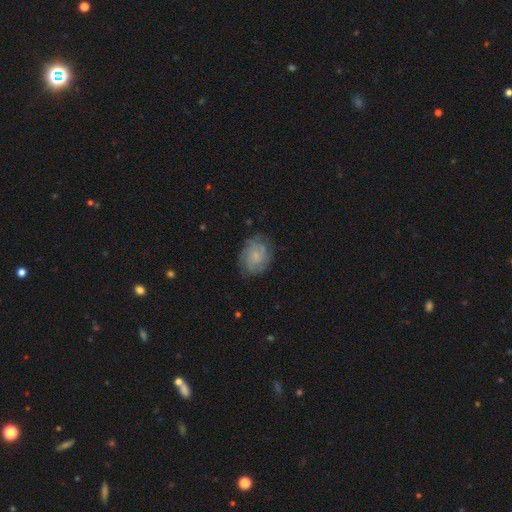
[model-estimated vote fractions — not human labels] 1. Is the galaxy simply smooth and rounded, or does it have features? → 50% smooth, 40% featured or disk, 10% star or artifact.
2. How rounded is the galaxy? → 54% in between, 45% round, 1% cigar-shaped.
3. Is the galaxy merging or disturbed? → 72% none, 19% minor disturbance, 7% major disturbance, 1% merger.